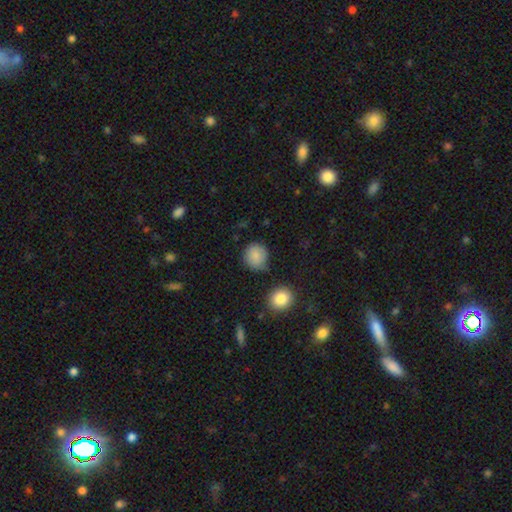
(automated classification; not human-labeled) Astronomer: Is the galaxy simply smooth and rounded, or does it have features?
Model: smooth — 84%.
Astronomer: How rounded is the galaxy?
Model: round — 90%.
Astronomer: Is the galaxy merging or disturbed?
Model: none — 75%.